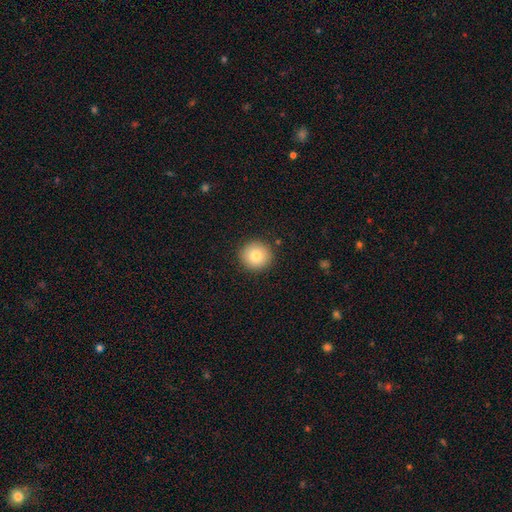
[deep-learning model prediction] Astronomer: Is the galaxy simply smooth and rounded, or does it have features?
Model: smooth — 82%.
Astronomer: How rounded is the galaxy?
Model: round — 92%.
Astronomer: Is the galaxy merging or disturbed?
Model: none — 90%.